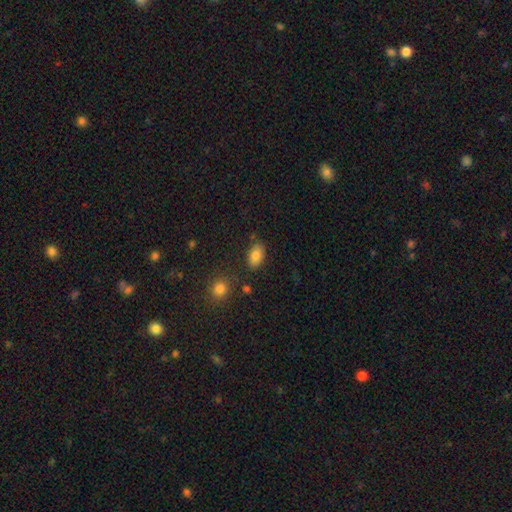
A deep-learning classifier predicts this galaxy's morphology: Smooth or featured?
  - smooth: 84% *
  - star or artifact: 8%
  - featured or disk: 7%
How rounded?
  - in between: 92% *
  - round: 6%
  - cigar-shaped: 2%
Merging?
  - none: 81% *
  - minor disturbance: 12%
  - merger: 4%
  - major disturbance: 3%